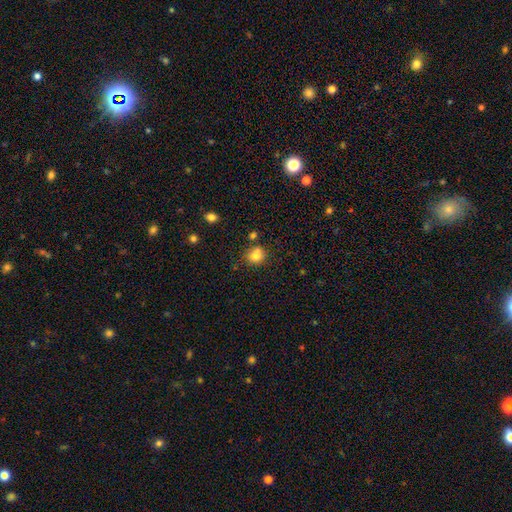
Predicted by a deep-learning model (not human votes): smooth-or-featured: smooth: 77% | star or artifact: 12% | featured or disk: 10%
  how-rounded: round: 76% | in between: 23% | cigar-shaped: 1%
  merging: none: 59% | merger: 21% | minor disturbance: 15% | major disturbance: 4%